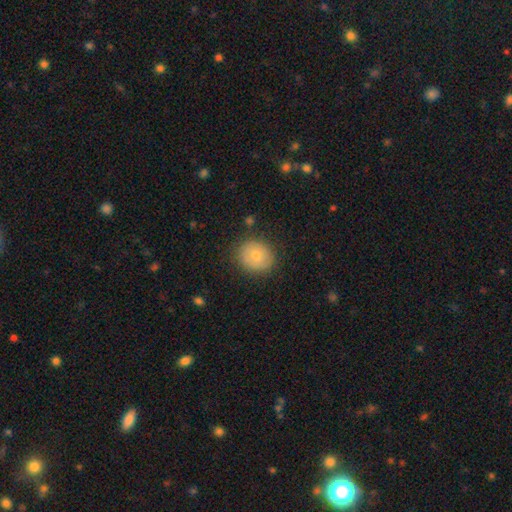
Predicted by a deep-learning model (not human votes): Smooth or featured? Predicted: smooth (p=0.75). How rounded? Predicted: round (p=0.77). Merging? Predicted: none (p=0.81).